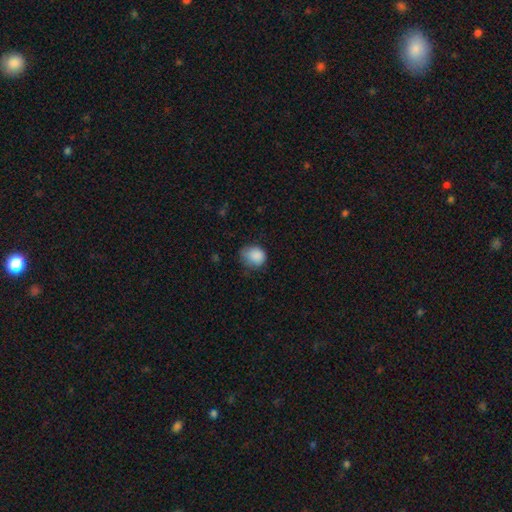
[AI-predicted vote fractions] A smooth galaxy with no disk features (87%) that is round (67%).

Vote fractions:
- Smooth or featured? smooth: 87% / star or artifact: 9% / featured or disk: 5%
- How rounded? round: 67% / in between: 32% / cigar-shaped: 1%
- Merging? none: 52% / minor disturbance: 36% / major disturbance: 10% / merger: 2%